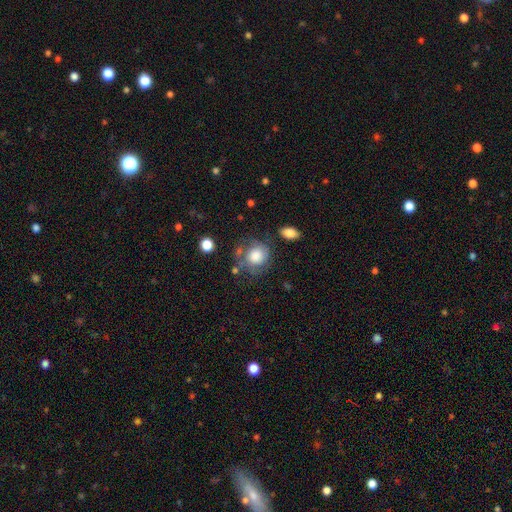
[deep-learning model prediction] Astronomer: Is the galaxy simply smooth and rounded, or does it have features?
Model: smooth — 72%.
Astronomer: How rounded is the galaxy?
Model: round — 81%.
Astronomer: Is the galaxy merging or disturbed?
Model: none — 60%.